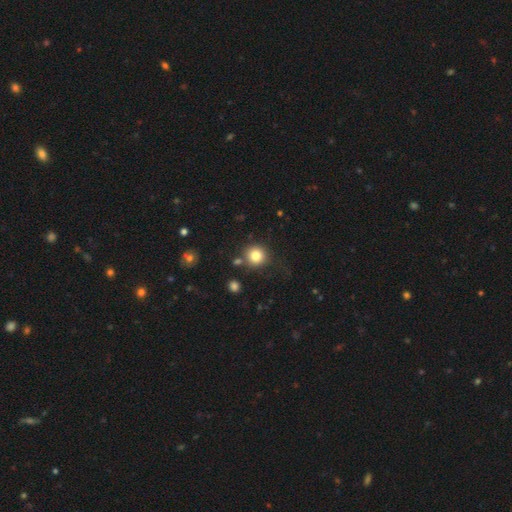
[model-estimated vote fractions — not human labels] This appears to be a smooth galaxy with no disk features (81%) that is round (93%). Merging: none (79%).